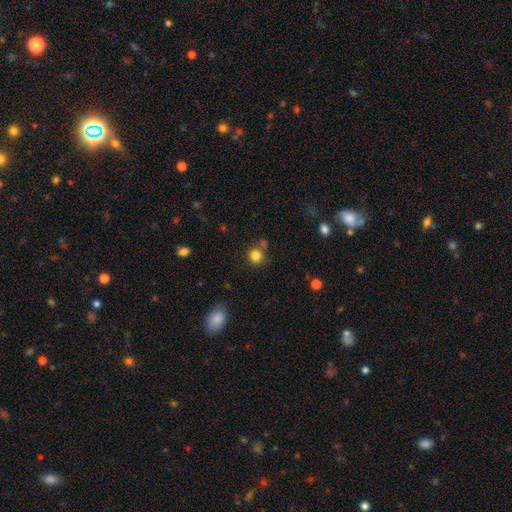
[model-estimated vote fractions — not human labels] This is clearly a smooth galaxy (82%). How rounded: clearly round (87%). Merging: likely none (69%).